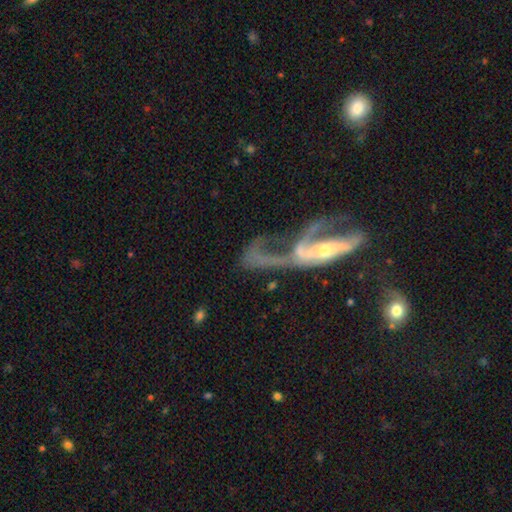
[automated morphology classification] Q: Smooth or featured?
A: featured or disk (71%); runner-up: smooth (19%)
Q: Edge-on disk?
A: no (90%); runner-up: yes (10%)
Q: Bar?
A: no (54%); runner-up: weak (28%)
Q: Spiral arms?
A: yes (71%); runner-up: no (29%)
Q: Bulge size?
A: small (43%); runner-up: moderate (40%)
Q: Merging?
A: major disturbance (45%); runner-up: merger (25%)